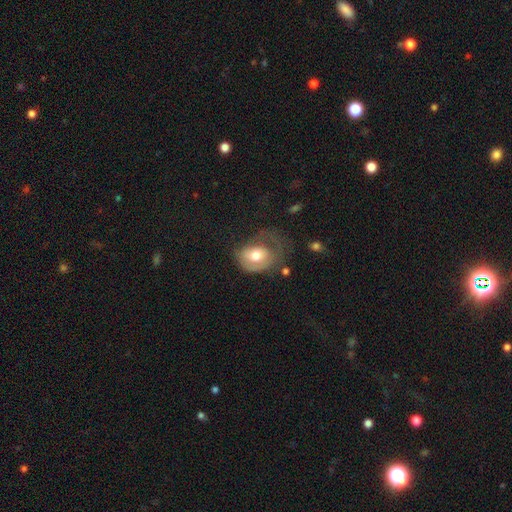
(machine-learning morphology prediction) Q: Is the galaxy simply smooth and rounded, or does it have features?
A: smooth — 51%.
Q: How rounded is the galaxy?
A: in between — 66%.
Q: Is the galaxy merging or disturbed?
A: major disturbance — 48%.